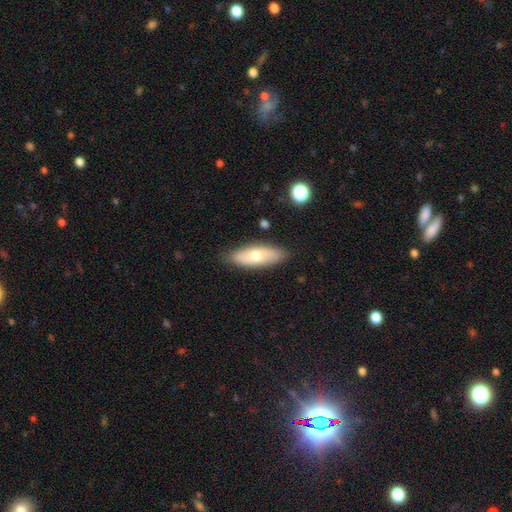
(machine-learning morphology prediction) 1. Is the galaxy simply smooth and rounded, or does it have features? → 65% smooth, 29% featured or disk, 6% star or artifact.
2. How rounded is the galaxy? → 71% in between, 26% cigar-shaped, 2% round.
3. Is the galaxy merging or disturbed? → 84% none, 12% minor disturbance, 2% major disturbance, 2% merger.